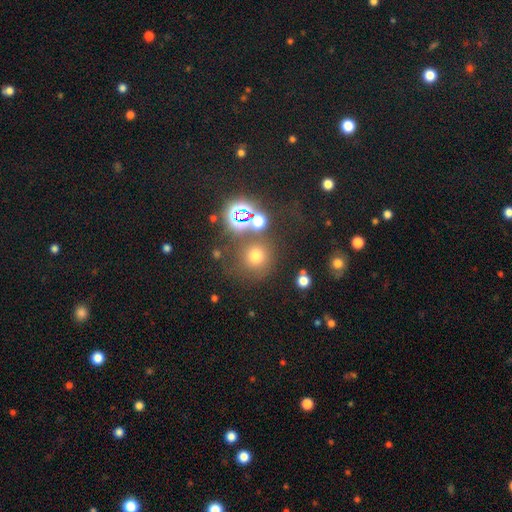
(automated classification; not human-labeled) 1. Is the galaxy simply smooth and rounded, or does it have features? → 65% smooth, 26% star or artifact, 9% featured or disk.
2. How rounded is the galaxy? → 91% round, 8% in between, 1% cigar-shaped.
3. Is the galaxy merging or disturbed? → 71% none, 12% merger, 11% minor disturbance, 7% major disturbance.